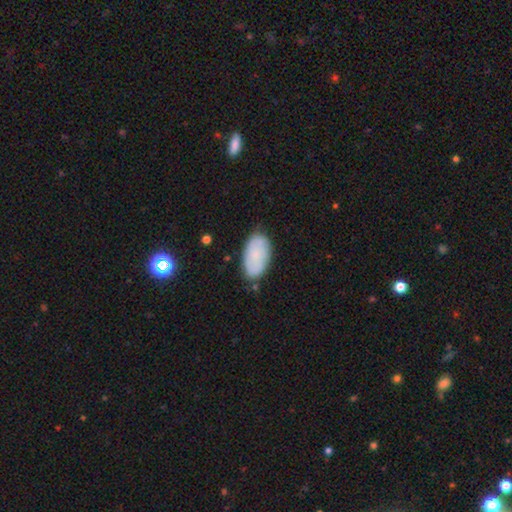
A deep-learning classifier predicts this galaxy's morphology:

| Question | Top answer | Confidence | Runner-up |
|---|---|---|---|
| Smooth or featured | smooth | 74% | featured or disk (18%) |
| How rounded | in between | 95% | round (3%) |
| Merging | none | 79% | minor disturbance (16%) |